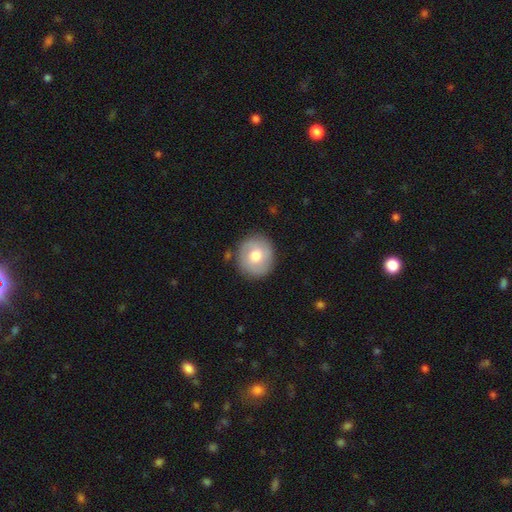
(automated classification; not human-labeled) Smooth or featured: smooth — 64% (featured or disk — 29%)
How rounded: round — 87% (in between — 12%)
Merging: none — 86% (minor disturbance — 10%)